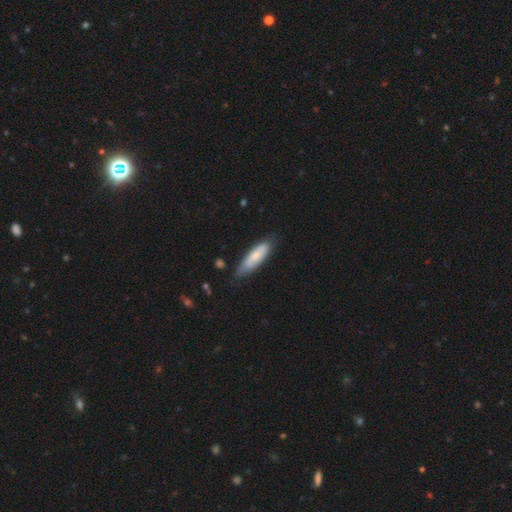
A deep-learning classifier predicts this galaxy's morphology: Q: Smooth or featured?
A: smooth (72%); runner-up: featured or disk (23%)
Q: How rounded?
A: cigar-shaped (56%); runner-up: in between (43%)
Q: Merging?
A: none (71%); runner-up: minor disturbance (23%)